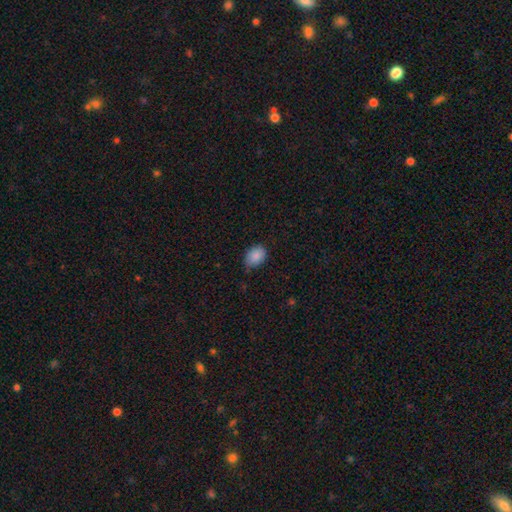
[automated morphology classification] The model was most divided on "how rounded": in between: 66%, round: 33%, cigar-shaped: 1%. More confident: smooth or featured — smooth (87%); merging — none (72%).